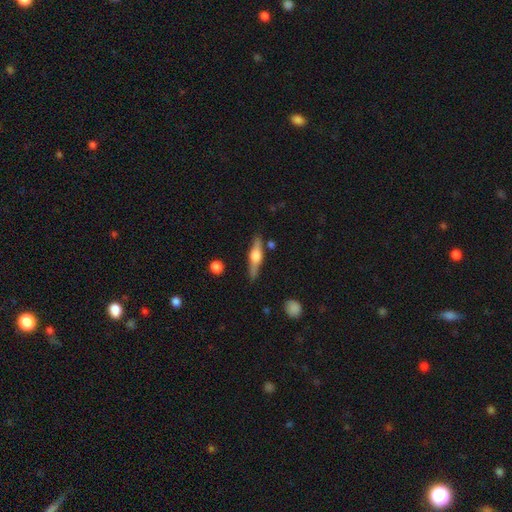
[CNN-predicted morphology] smooth_or_featured: featured or disk (p=0.65) [alt: smooth p=0.29]
disk_edge_on: yes (p=0.96) [alt: no p=0.04]
edge_on_bulge: rounded (p=0.91) [alt: boxy p=0.07]
merging: none (p=0.84) [alt: minor disturbance p=0.11]